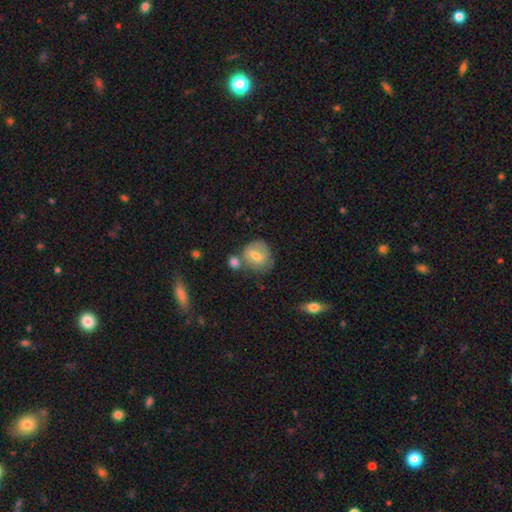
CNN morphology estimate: smooth-or-featured: smooth: 69% | featured or disk: 23% | star or artifact: 8%
  how-rounded: round: 73% | in between: 26% | cigar-shaped: 1%
  merging: none: 50% | merger: 24% | minor disturbance: 19% | major disturbance: 6%